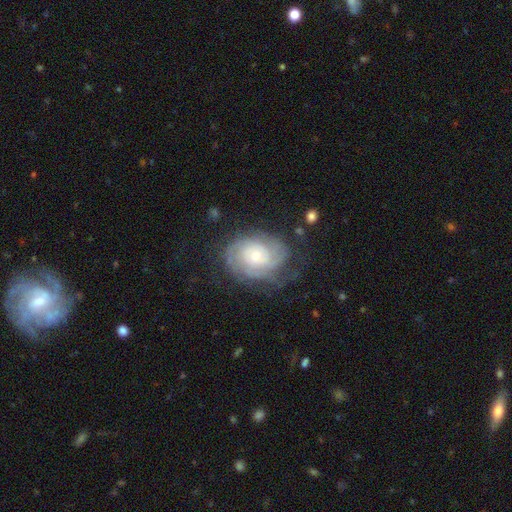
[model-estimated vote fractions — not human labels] Smooth or featured? featured or disk (80%)
Edge-on disk? no (97%)
Bar? no (76%)
Spiral arms? yes (94%)
Spiral winding? tight (70%)
Spiral arm count? can't tell (38%)
Bulge size? small (60%)
Merging? none (66%)